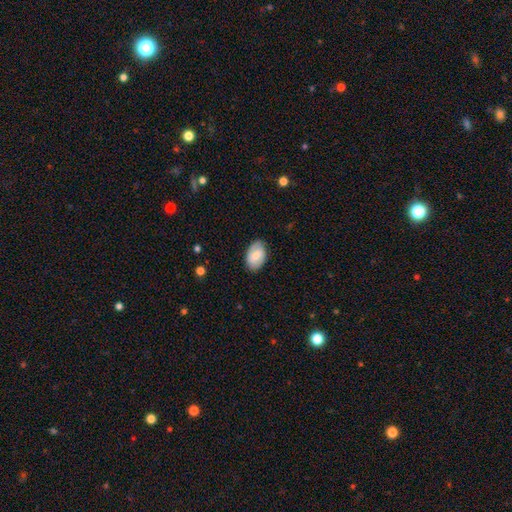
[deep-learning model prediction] Smooth or featured?
  - smooth: 62% *
  - featured or disk: 32%
  - star or artifact: 6%
How rounded?
  - in between: 89% *
  - round: 10%
  - cigar-shaped: 1%
Merging?
  - none: 79% *
  - minor disturbance: 17%
  - major disturbance: 3%
  - merger: 1%